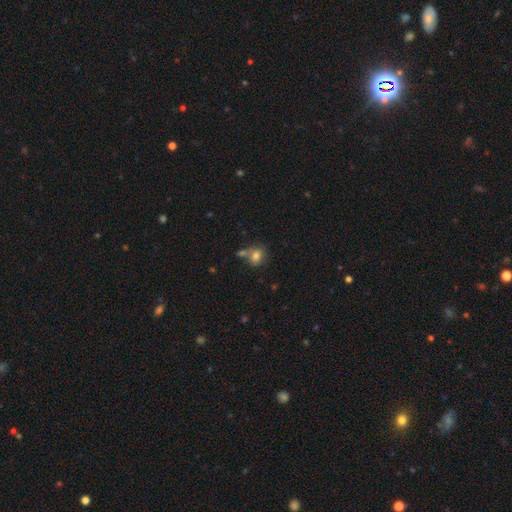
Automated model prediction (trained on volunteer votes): A smooth galaxy with no disk features (79%) that is in between round and cigar-shaped (51%).

Vote fractions:
- Smooth or featured? smooth: 79% / star or artifact: 11% / featured or disk: 10%
- How rounded? in between: 51% / round: 48% / cigar-shaped: 1%
- Merging? none: 51% / merger: 27% / minor disturbance: 15% / major disturbance: 6%